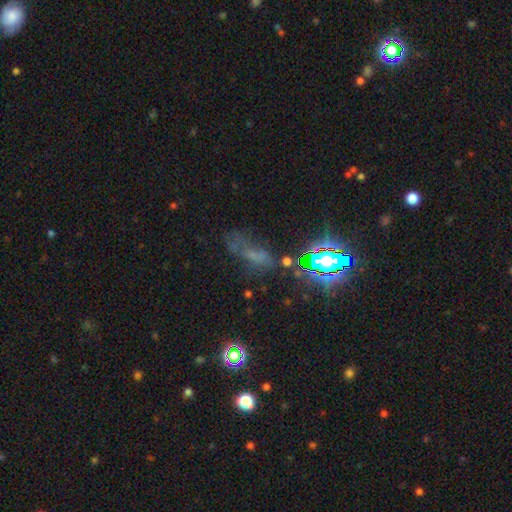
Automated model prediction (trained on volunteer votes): A star or artifact, not a galaxy (40%).